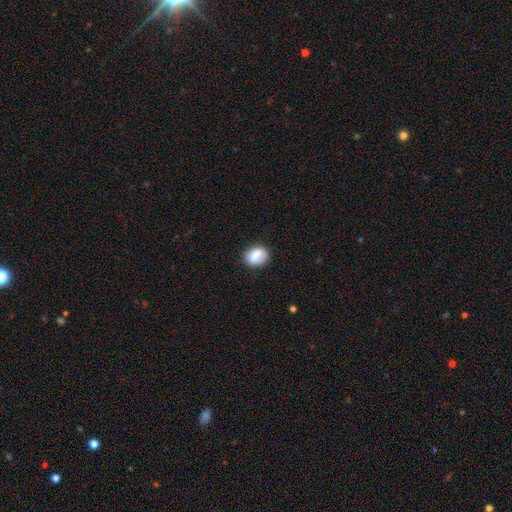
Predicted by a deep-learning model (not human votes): smooth-or-featured: smooth: 74% | featured or disk: 18% | star or artifact: 7%
  how-rounded: in between: 59% | round: 40% | cigar-shaped: 2%
  merging: none: 65% | minor disturbance: 18% | merger: 12% | major disturbance: 6%